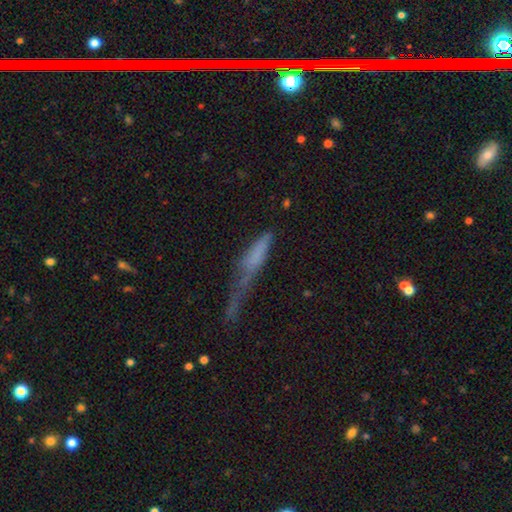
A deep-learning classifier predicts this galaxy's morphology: Q: Smooth or featured?
A: smooth (58%); runner-up: featured or disk (29%)
Q: How rounded?
A: cigar-shaped (81%); runner-up: in between (16%)
Q: Merging?
A: major disturbance (39%); runner-up: minor disturbance (28%)